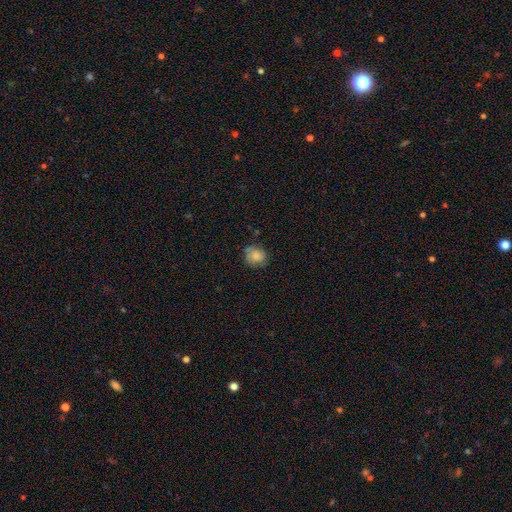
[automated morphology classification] Q: Smooth or featured?
A: smooth (73%); runner-up: featured or disk (17%)
Q: How rounded?
A: round (78%); runner-up: in between (21%)
Q: Merging?
A: none (73%); runner-up: minor disturbance (20%)